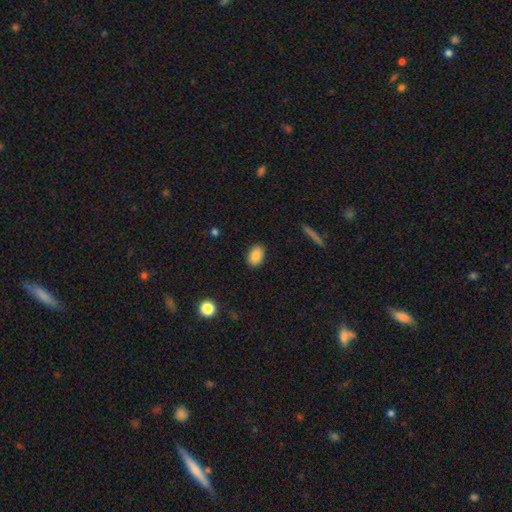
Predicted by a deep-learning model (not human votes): Morphology: type=smooth (85%); roundness=in between (84%); merging=none (88%).